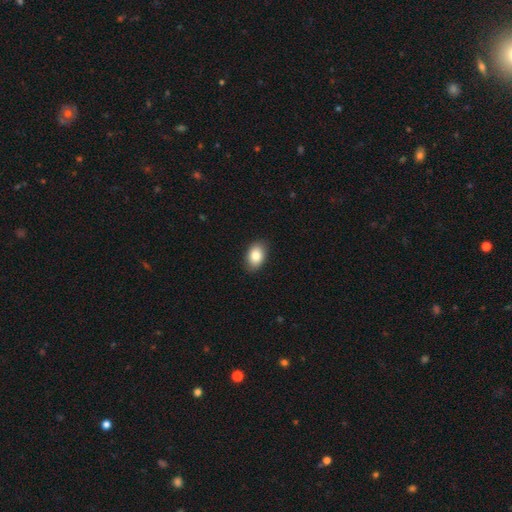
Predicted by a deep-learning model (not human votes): This appears to be a smooth galaxy with no disk features (84%) that is in between round and cigar-shaped (83%). Merging: none (87%).